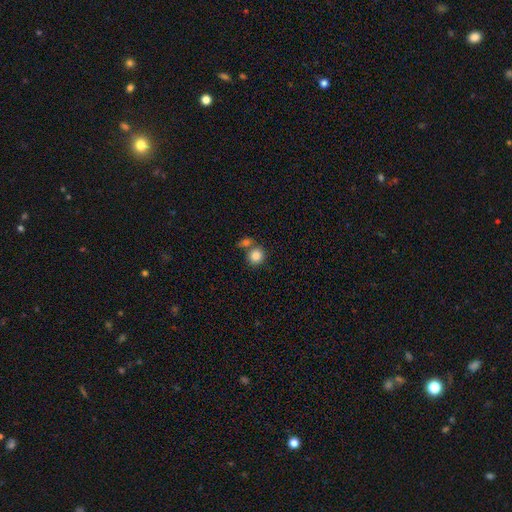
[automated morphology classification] Smooth or featured: smooth — 84% (star or artifact — 9%)
How rounded: round — 82% (in between — 17%)
Merging: none — 57% (merger — 29%)